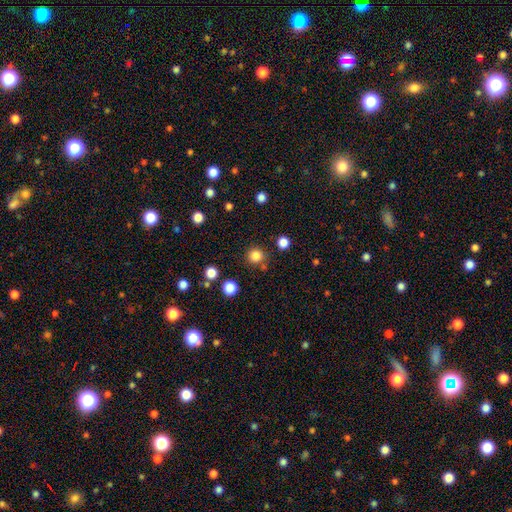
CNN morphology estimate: Q: Smooth or featured?
A: smooth (83%); runner-up: star or artifact (13%)
Q: How rounded?
A: round (94%); runner-up: in between (5%)
Q: Merging?
A: none (84%); runner-up: minor disturbance (8%)